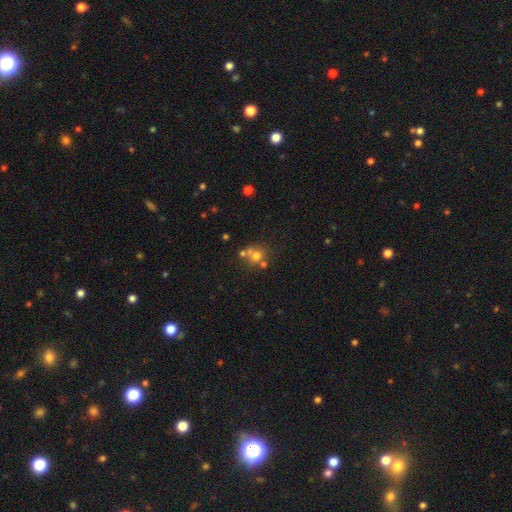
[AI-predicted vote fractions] Smooth or featured? Predicted: smooth (p=0.60). How rounded? Predicted: round (p=0.81). Merging? Predicted: none (p=0.48).